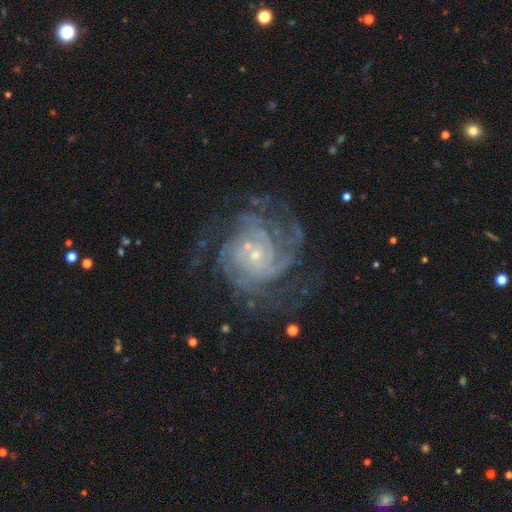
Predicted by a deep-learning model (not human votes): Smooth or featured?
  - featured or disk: 88% *
  - star or artifact: 6%
  - smooth: 6%
Edge-on disk?
  - no: 98% *
  - yes: 2%
Bar?
  - no: 76% *
  - weak: 20%
  - strong: 4%
Spiral arms?
  - yes: 96% *
  - no: 4%
Spiral winding?
  - tight: 64% *
  - medium: 29%
  - loose: 7%
Spiral arm count?
  - can't tell: 26% *
  - 4: 22%
  - 3: 21%
  - 2: 15%
  - more than 4: 10%
  - 1: 7%
Bulge size?
  - small: 77% *
  - moderate: 17%
  - none: 3%
  - large: 2%
  - dominant: 1%
Merging?
  - none: 61% *
  - minor disturbance: 17%
  - major disturbance: 16%
  - merger: 6%